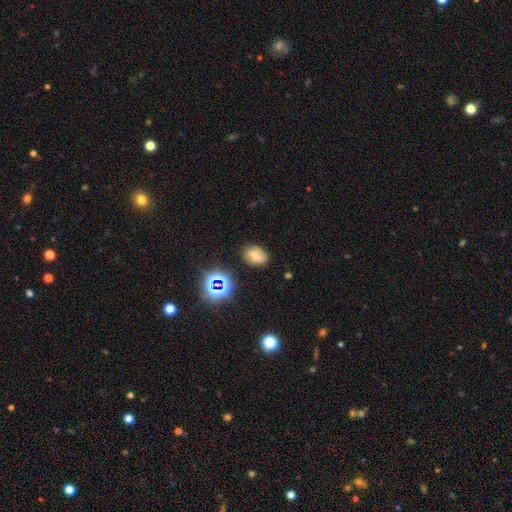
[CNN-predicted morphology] Q: Smooth or featured?
A: smooth (55%); runner-up: featured or disk (26%)
Q: How rounded?
A: in between (73%); runner-up: round (25%)
Q: Merging?
A: none (79%); runner-up: minor disturbance (15%)